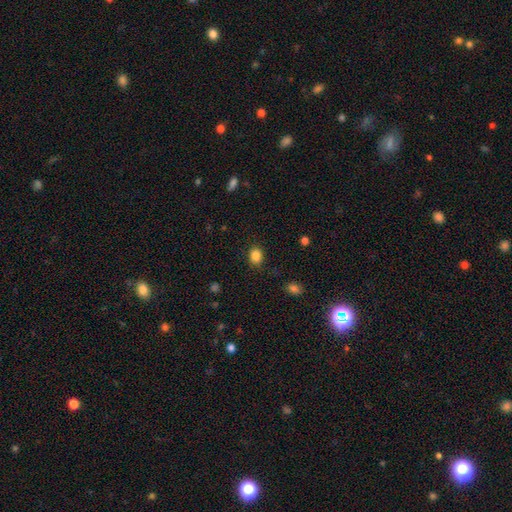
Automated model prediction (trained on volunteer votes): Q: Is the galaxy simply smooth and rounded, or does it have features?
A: smooth — 86%.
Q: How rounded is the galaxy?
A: in between — 53%.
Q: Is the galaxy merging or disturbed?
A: none — 87%.